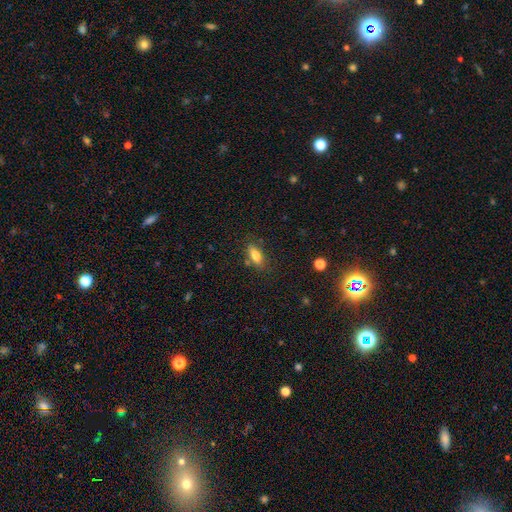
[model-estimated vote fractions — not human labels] Smooth or featured? Predicted: smooth (p=0.78). How rounded? Predicted: in between (p=0.77). Merging? Predicted: none (p=0.77).